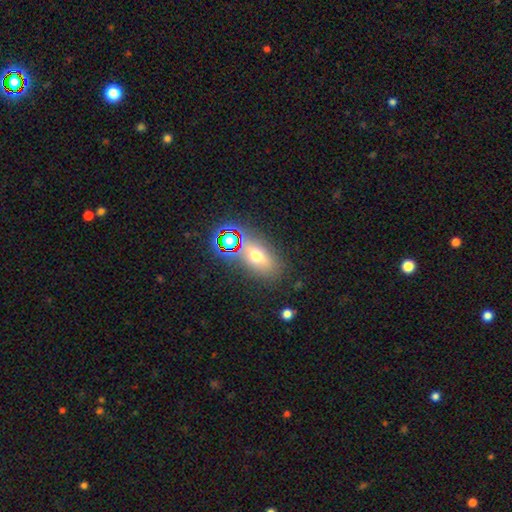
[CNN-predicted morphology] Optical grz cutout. It shows a smooth galaxy with no disk features (54%) that is in between round and cigar-shaped (70%). Merging: none (76%).